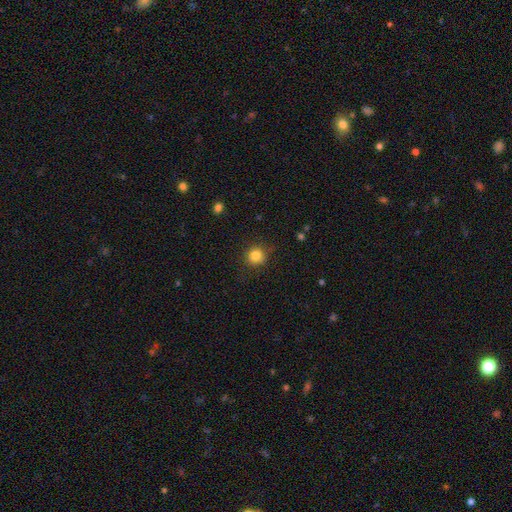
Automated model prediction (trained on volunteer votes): smooth 84%, star or artifact 11%, featured or disk 5%. Down the decision tree: how rounded — round (92%); merging — none (85%).